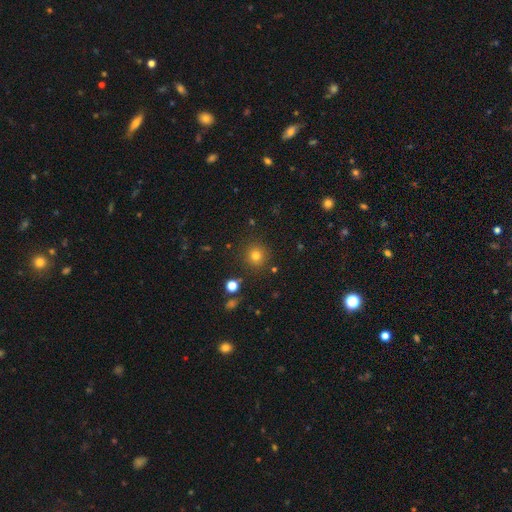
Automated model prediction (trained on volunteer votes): The model was most divided on "smooth or featured": smooth: 78%, star or artifact: 15%, featured or disk: 7%. More confident: how rounded — round (94%); merging — none (88%).